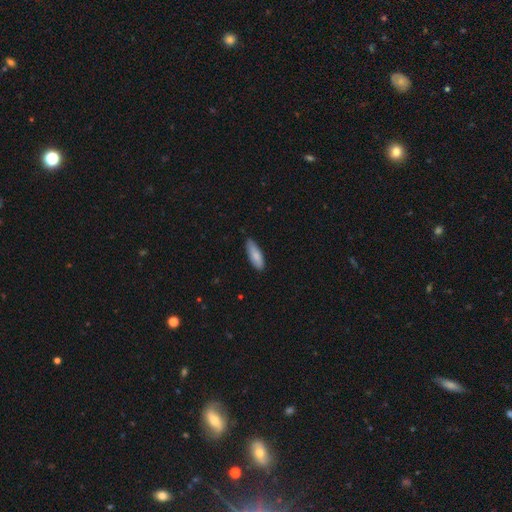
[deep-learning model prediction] The model was most divided on "how rounded": in between: 57%, cigar-shaped: 41%, round: 2%. More confident: smooth or featured — smooth (84%); merging — none (78%).